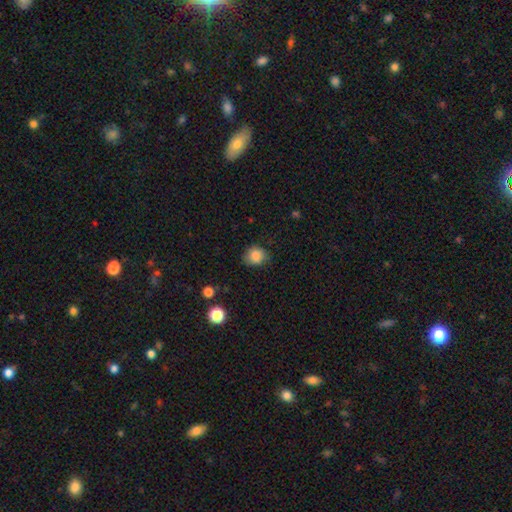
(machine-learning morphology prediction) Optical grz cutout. It shows a smooth galaxy with no disk features (85%) that is round (73%). Merging: none (69%).